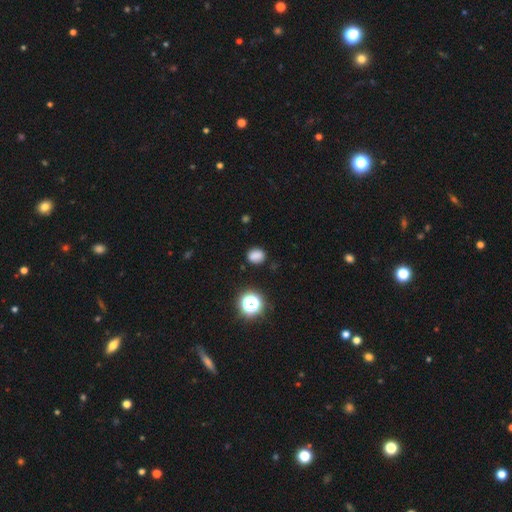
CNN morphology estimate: smooth 79%, star or artifact 15%, featured or disk 5%. Down the decision tree: how rounded — round (56%); merging — none (83%).